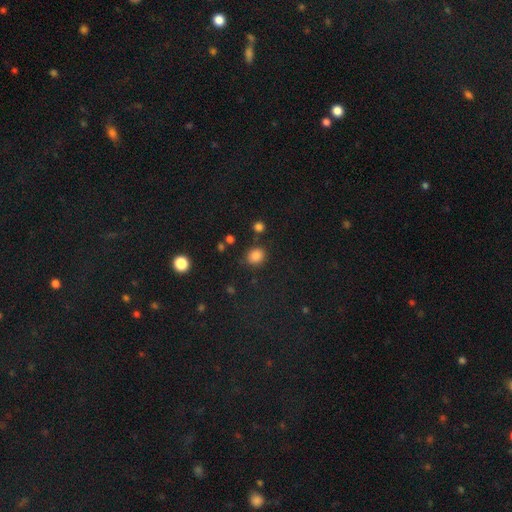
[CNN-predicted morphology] This is clearly a smooth galaxy (83%). How rounded: likely round (65%). Merging: likely none (80%).